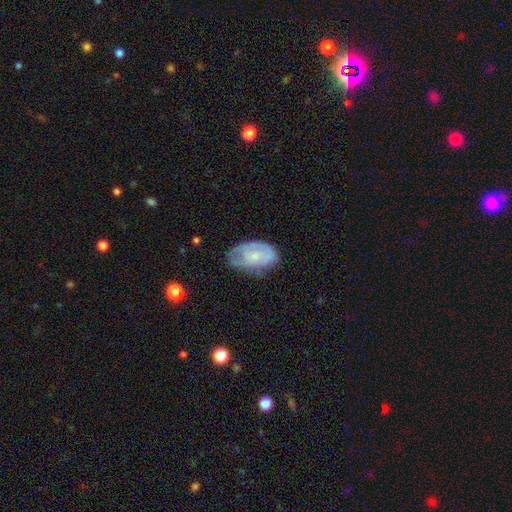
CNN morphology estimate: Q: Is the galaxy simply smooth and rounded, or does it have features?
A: featured or disk — 49%.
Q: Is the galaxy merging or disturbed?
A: none — 59%.